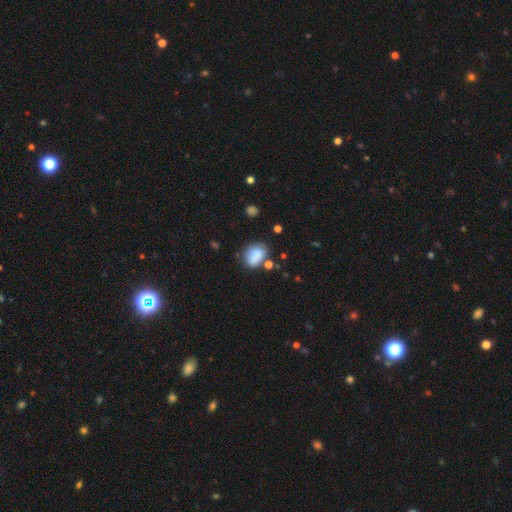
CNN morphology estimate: smooth-or-featured: smooth: 82% | star or artifact: 9% | featured or disk: 8%
  how-rounded: in between: 65% | round: 34% | cigar-shaped: 1%
  merging: none: 57% | minor disturbance: 24% | merger: 11% | major disturbance: 8%